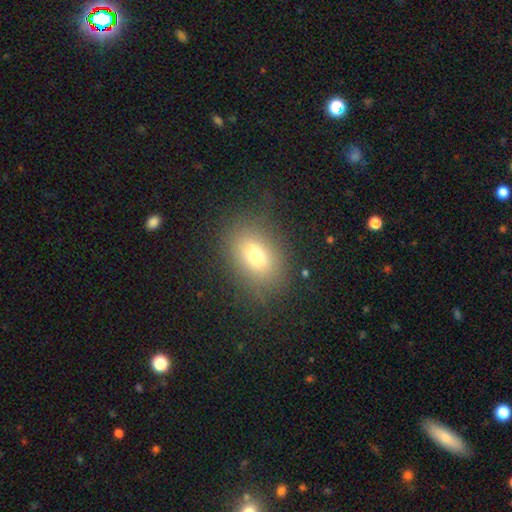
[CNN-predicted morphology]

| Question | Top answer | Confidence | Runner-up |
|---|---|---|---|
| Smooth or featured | smooth | 72% | featured or disk (15%) |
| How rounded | in between | 78% | round (20%) |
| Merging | none | 80% | minor disturbance (13%) |